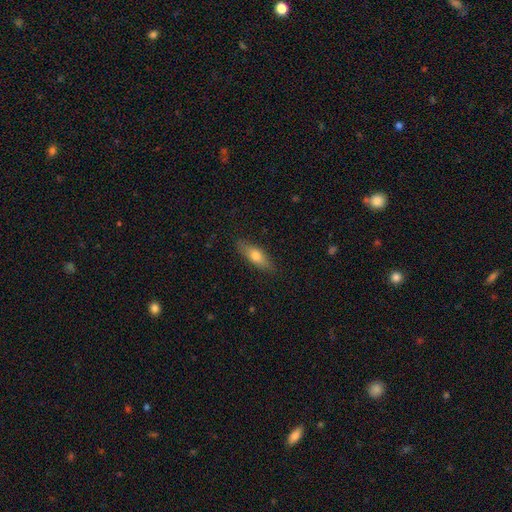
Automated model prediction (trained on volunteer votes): A smooth galaxy with no disk features (68%) that is in between round and cigar-shaped (58%). Merging: none (84%).